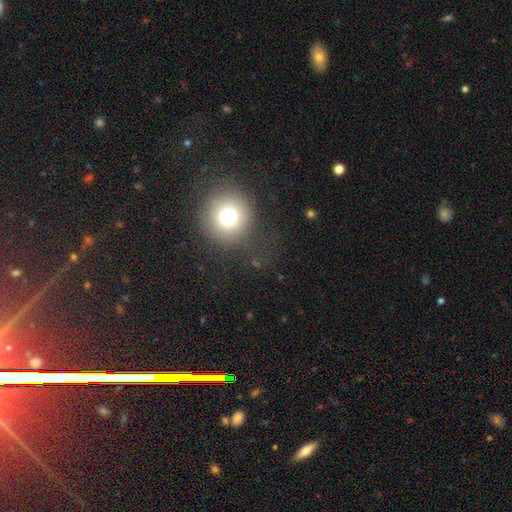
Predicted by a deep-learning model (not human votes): smooth_or_featured: smooth (p=0.64) [alt: star or artifact p=0.25]
how_rounded: round (p=0.86) [alt: in between p=0.12]
merging: none (p=0.81) [alt: minor disturbance p=0.11]